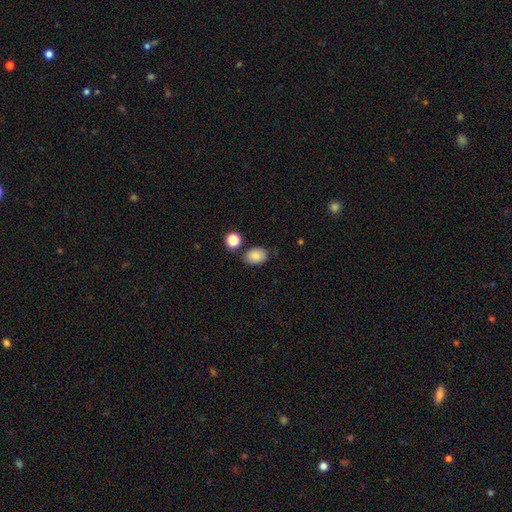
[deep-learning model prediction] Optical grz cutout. It shows a smooth galaxy with no disk features (84%) that is in between round and cigar-shaped (79%). Merging: none (75%).